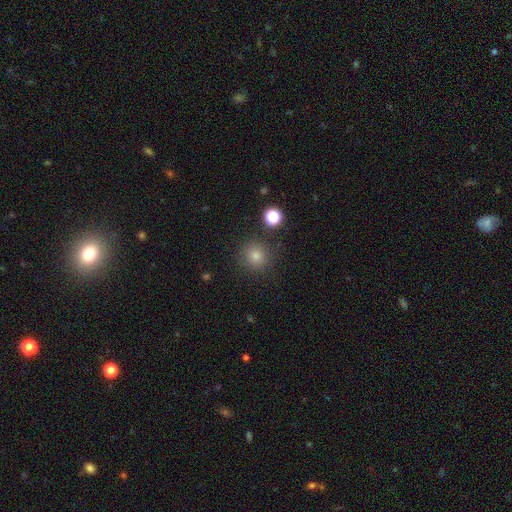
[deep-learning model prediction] A smooth galaxy with no disk features (77%) that is round (93%). Merging: none (87%).